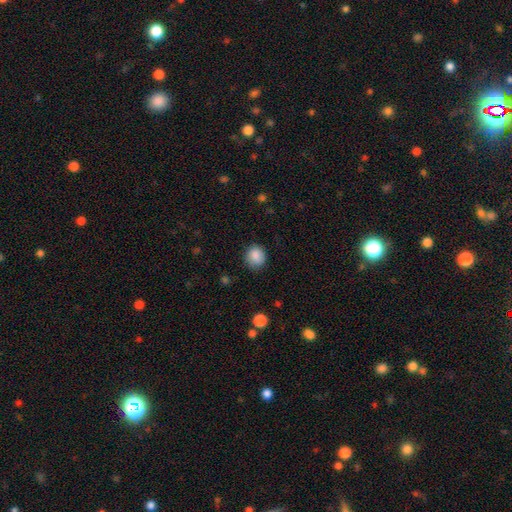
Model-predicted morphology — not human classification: Smooth or featured? smooth (87%)
How rounded? round (72%)
Merging? none (79%)